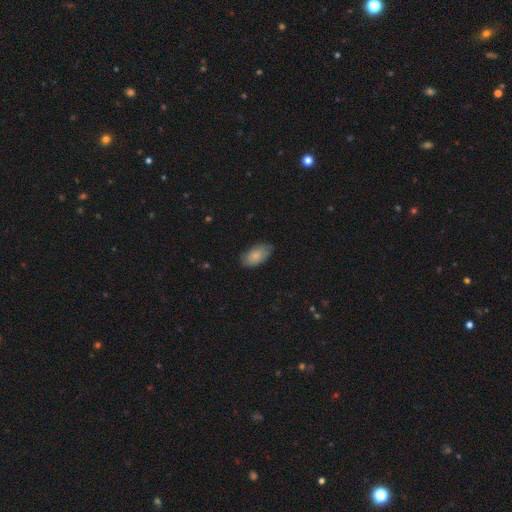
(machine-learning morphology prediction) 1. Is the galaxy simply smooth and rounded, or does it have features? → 84% smooth, 10% featured or disk, 6% star or artifact.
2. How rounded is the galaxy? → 94% in between, 3% round, 3% cigar-shaped.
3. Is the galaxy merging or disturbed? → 76% none, 19% minor disturbance, 3% major disturbance, 1% merger.